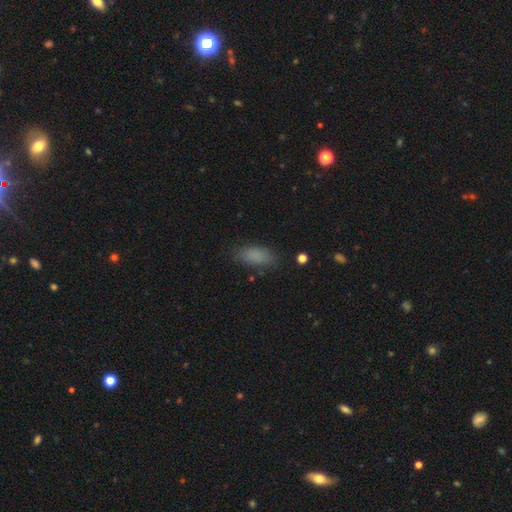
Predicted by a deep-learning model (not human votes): Morphology: type=smooth (84%); roundness=in between (85%); merging=none (81%).